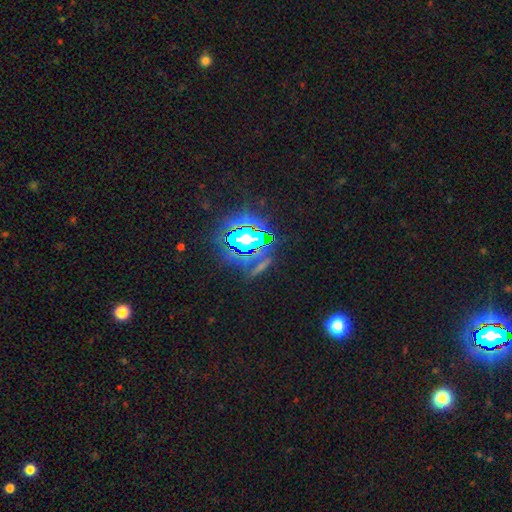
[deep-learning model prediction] This appears to be a star or artifact, not a galaxy (82%).